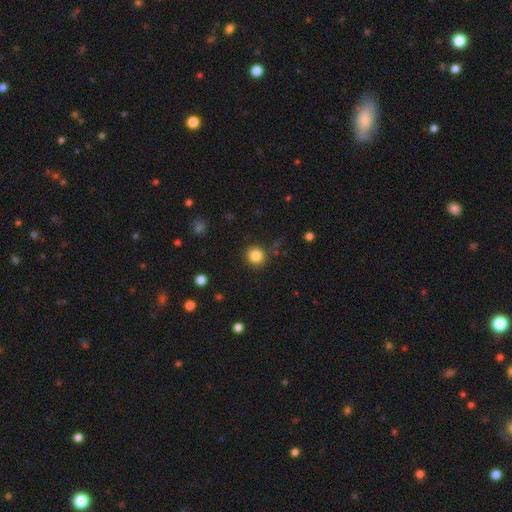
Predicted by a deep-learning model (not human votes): Morphology: type=smooth (84%); roundness=round (91%); merging=none (88%).